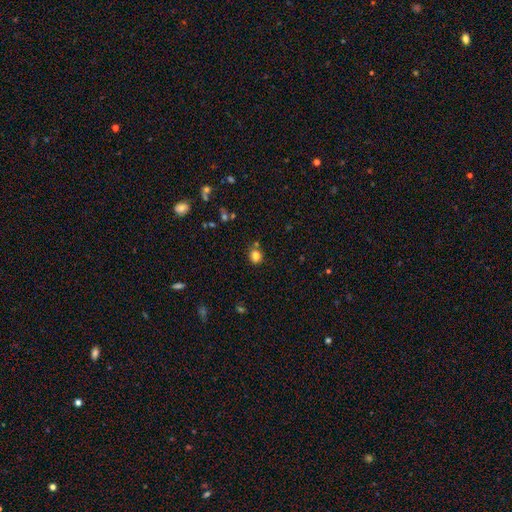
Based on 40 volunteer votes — Smooth or featured: smooth — 82% (star or artifact — 12%)
How rounded: in between — 55% (round — 45%)
Merging: none — 71% (merger — 14%)